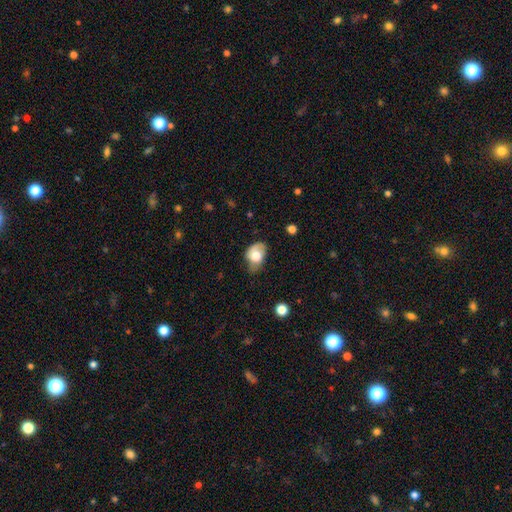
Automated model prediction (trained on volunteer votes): Q: Smooth or featured?
A: smooth (67%); runner-up: featured or disk (25%)
Q: How rounded?
A: in between (77%); runner-up: round (21%)
Q: Merging?
A: minor disturbance (42%); runner-up: none (38%)